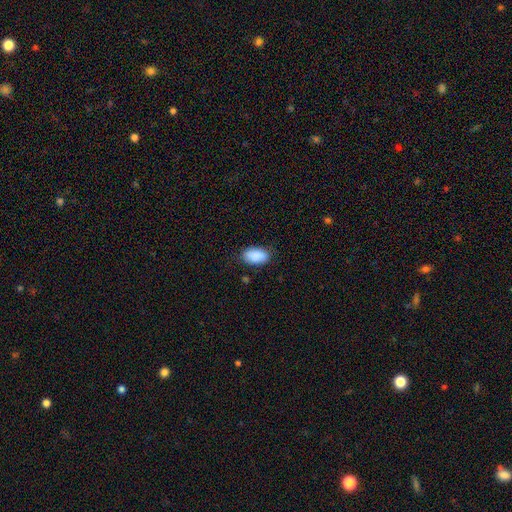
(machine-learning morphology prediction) A smooth galaxy with no disk features (90%) that is in between round and cigar-shaped (93%).

Vote fractions:
- Smooth or featured? smooth: 90% / star or artifact: 7% / featured or disk: 3%
- How rounded? in between: 93% / round: 5% / cigar-shaped: 2%
- Merging? none: 82% / minor disturbance: 13% / major disturbance: 3% / merger: 1%